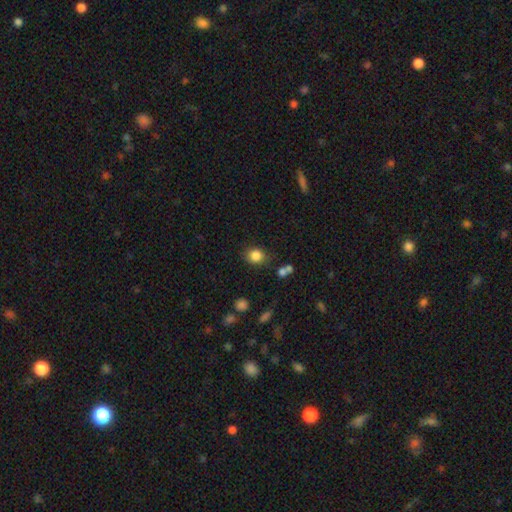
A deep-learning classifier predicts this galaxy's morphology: This is clearly a smooth galaxy (84%). How rounded: likely round (73%). Merging: likely none (77%).